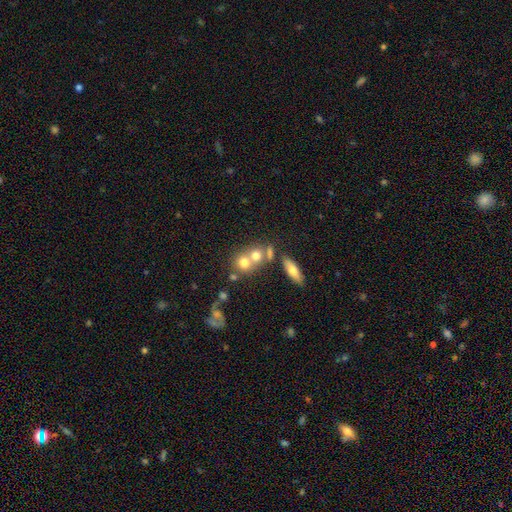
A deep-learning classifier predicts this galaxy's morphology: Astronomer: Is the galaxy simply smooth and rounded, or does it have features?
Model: smooth — 67%.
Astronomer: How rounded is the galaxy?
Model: round — 69%.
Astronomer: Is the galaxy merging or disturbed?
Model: merger — 50% (runner-up: none, 37%).